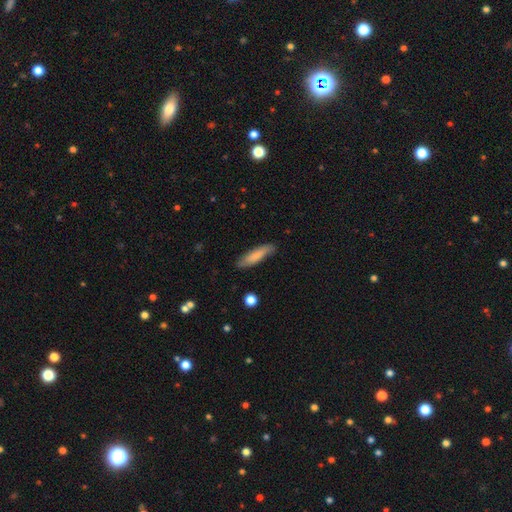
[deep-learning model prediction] Smooth or featured?
  - smooth: 76% *
  - featured or disk: 19%
  - star or artifact: 6%
How rounded?
  - cigar-shaped: 73% *
  - in between: 25%
  - round: 2%
Merging?
  - none: 83% *
  - minor disturbance: 13%
  - major disturbance: 2%
  - merger: 1%